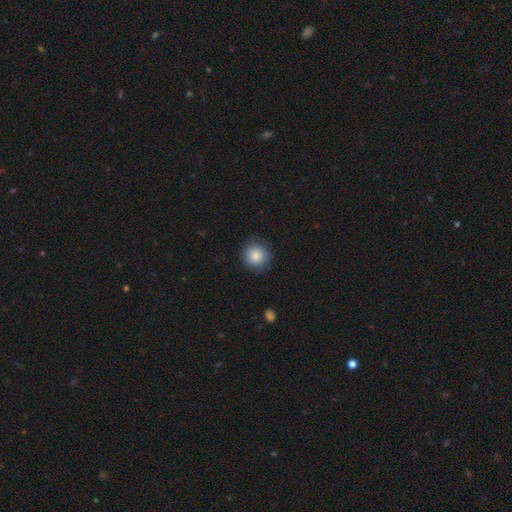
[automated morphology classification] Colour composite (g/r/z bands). It shows a smooth galaxy with no disk features (86%) that is round (93%). Merging: none (86%).